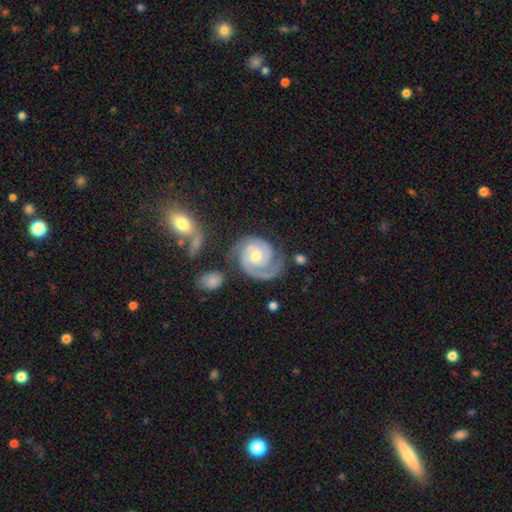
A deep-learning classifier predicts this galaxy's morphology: Smooth or featured? Predicted: featured or disk (p=0.89). Edge-on disk? Predicted: no (p=0.98). Bar? Predicted: no (p=0.66). Spiral arms? Predicted: yes (p=0.98). Spiral winding? Predicted: tight (p=0.65). Spiral arm count? Predicted: 2 (p=0.77). Bulge size? Predicted: moderate (p=0.57). Merging? Predicted: none (p=0.67).